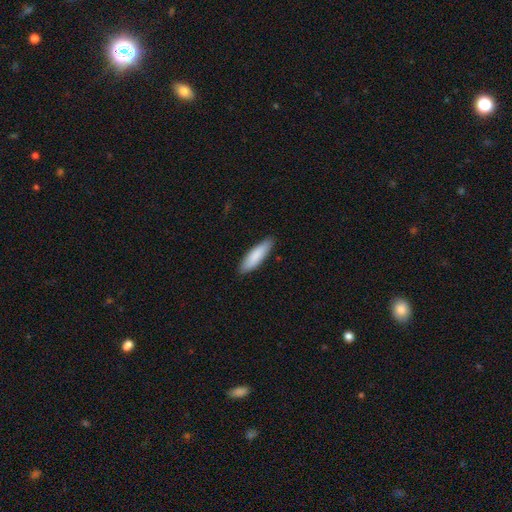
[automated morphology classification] Overall: smooth (86%). How rounded: cigar-shaped (59%; in between 40%). Merging: none (88%).